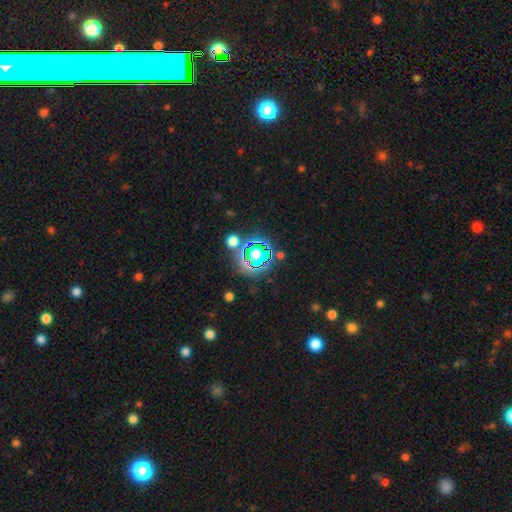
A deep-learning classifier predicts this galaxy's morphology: smooth-or-featured: star or artifact: 57% | smooth: 30% | featured or disk: 13%